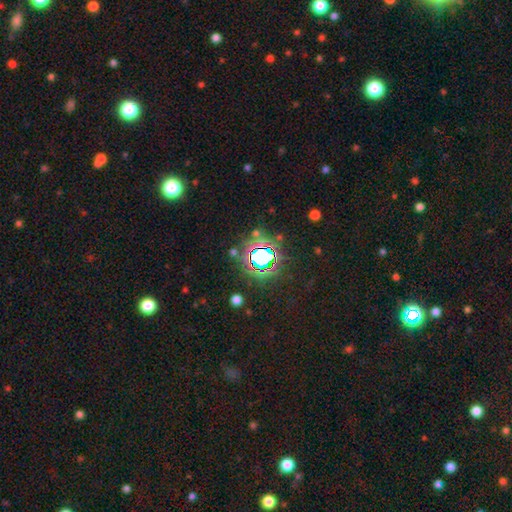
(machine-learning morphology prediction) star or artifact 77%, smooth 15%, featured or disk 8%.